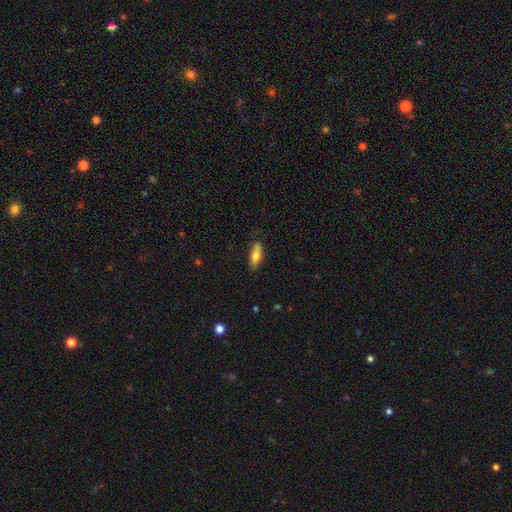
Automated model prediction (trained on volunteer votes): Smooth or featured: smooth — 69% (featured or disk — 25%)
How rounded: in between — 63% (cigar-shaped — 34%)
Merging: none — 79% (minor disturbance — 16%)